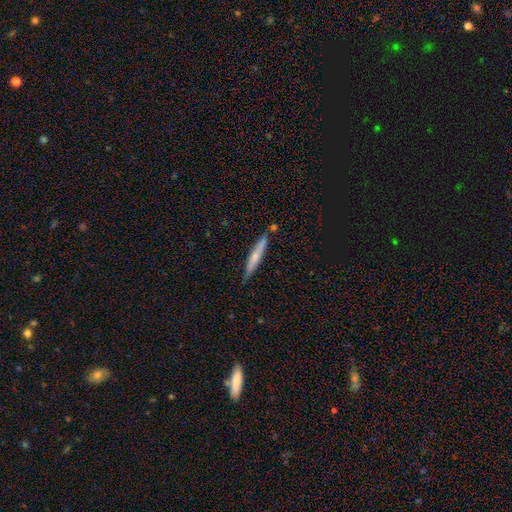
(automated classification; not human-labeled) Q: Smooth or featured?
A: smooth (51%); runner-up: featured or disk (43%)
Q: How rounded?
A: cigar-shaped (93%); runner-up: in between (5%)
Q: Merging?
A: none (80%); runner-up: minor disturbance (13%)